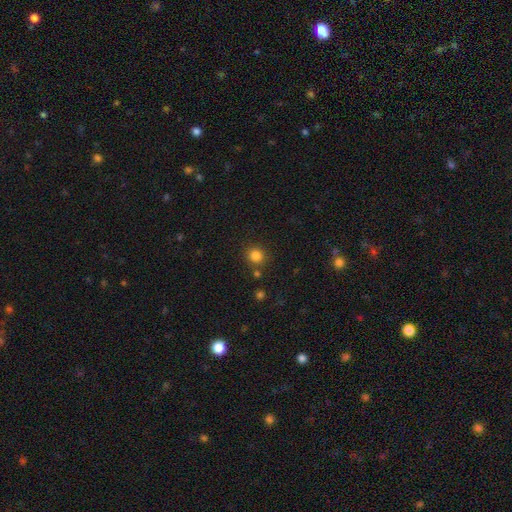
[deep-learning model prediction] The model was most divided on "smooth or featured": smooth: 83%, star or artifact: 13%, featured or disk: 4%. More confident: how rounded — round (88%); merging — none (82%).